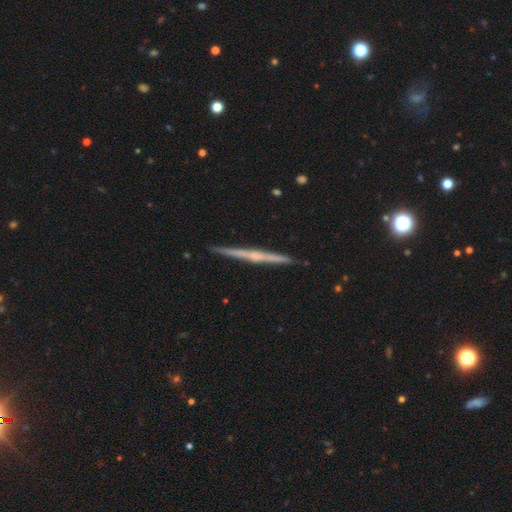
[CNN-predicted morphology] A featured or disk galaxy (74%) viewed edge-on (98%) with a rounded central bulge (50%).

Vote fractions:
- Smooth or featured? featured or disk: 74% / smooth: 20% / star or artifact: 6%
- Edge-on disk? yes: 98% / no: 2%
- Edge-on bulge? rounded: 50% / none: 42% / boxy: 9%
- Merging? none: 91% / minor disturbance: 6% / major disturbance: 1% / merger: 1%